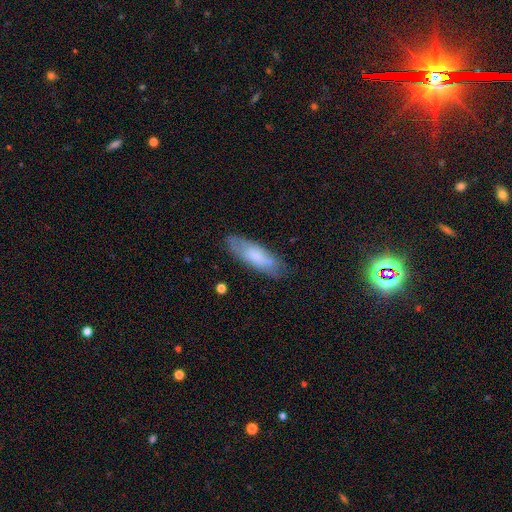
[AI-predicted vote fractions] Smooth or featured? smooth (64%)
How rounded? in between (57%)
Merging? none (75%)